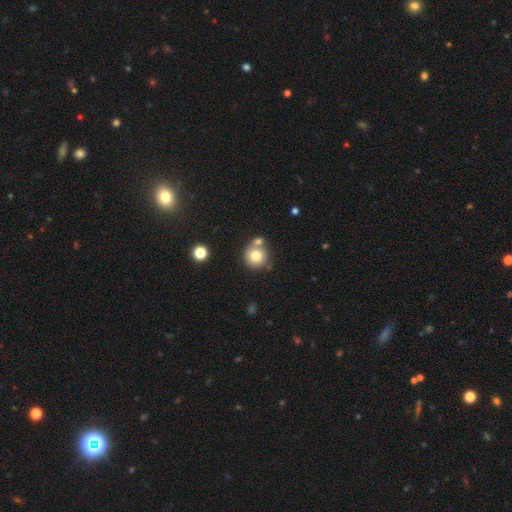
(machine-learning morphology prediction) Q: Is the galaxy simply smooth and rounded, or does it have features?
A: smooth — 78%.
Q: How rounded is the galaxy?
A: round — 92%.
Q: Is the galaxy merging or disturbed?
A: none — 61%.